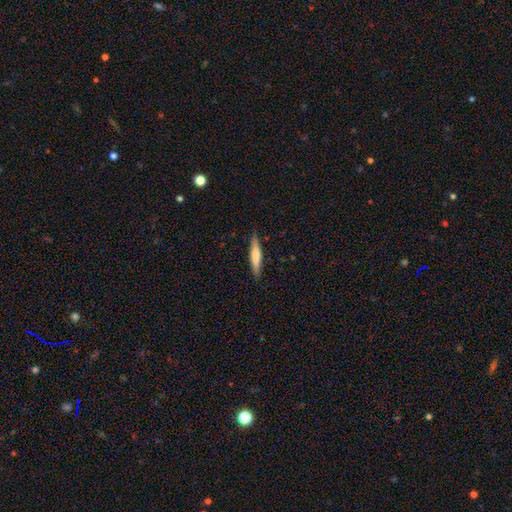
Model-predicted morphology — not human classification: This is possibly a smooth galaxy (59%). How rounded: clearly cigar-shaped (89%). Merging: clearly none (89%).